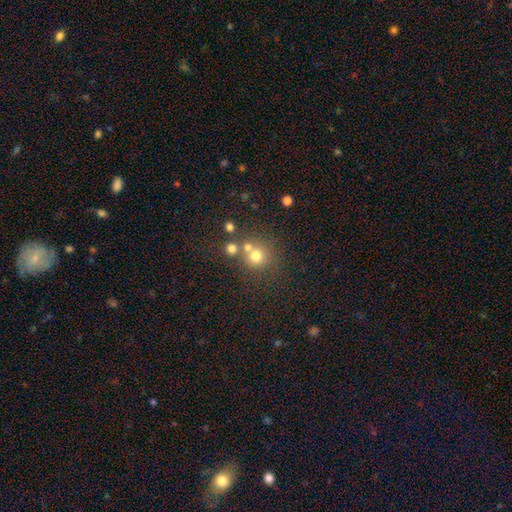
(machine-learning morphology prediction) Smooth or featured? smooth (71%)
How rounded? round (91%)
Merging? none (61%)